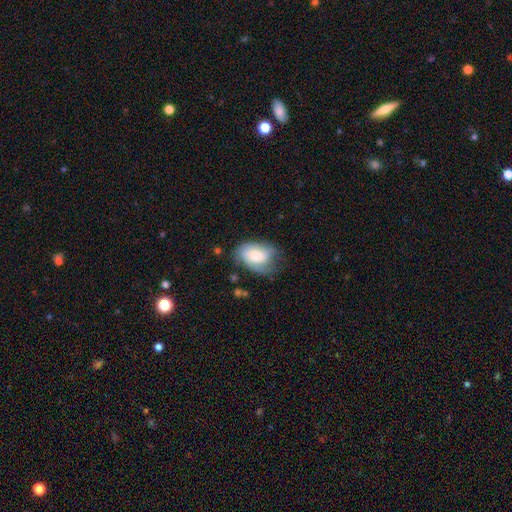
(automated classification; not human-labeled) Smooth or featured? Predicted: smooth (p=0.55). How rounded? Predicted: in between (p=0.85). Merging? Predicted: none (p=0.50).